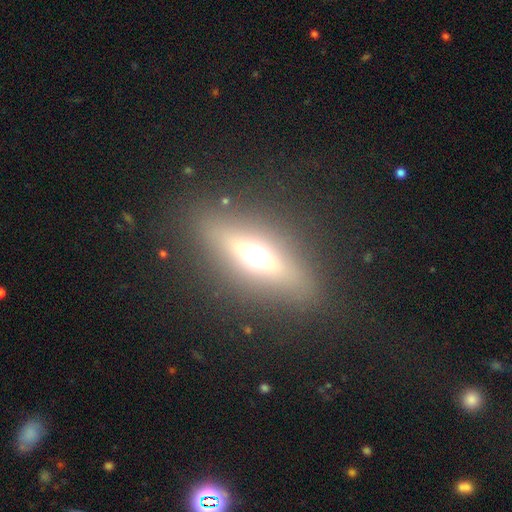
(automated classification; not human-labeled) A featured or disk galaxy (48%). Merging: none (84%).